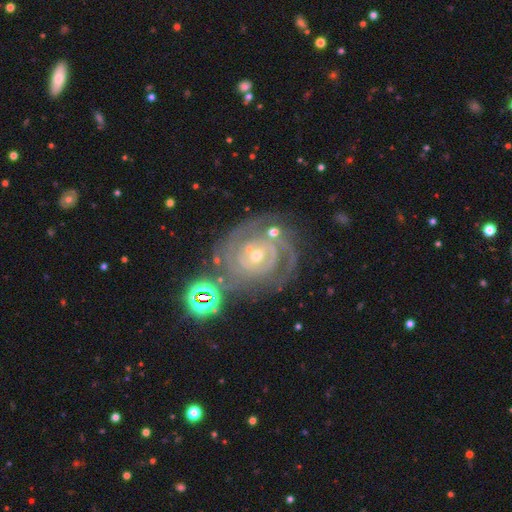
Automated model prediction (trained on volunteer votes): Q: Smooth or featured?
A: featured or disk (88%); runner-up: star or artifact (8%)
Q: Edge-on disk?
A: no (97%); runner-up: yes (3%)
Q: Bar?
A: no (62%); runner-up: weak (27%)
Q: Spiral arms?
A: yes (97%); runner-up: no (3%)
Q: Spiral winding?
A: tight (78%); runner-up: medium (19%)
Q: Spiral arm count?
A: 2 (35%); runner-up: 3 (24%)
Q: Bulge size?
A: small (60%); runner-up: moderate (36%)
Q: Merging?
A: none (68%); runner-up: minor disturbance (17%)